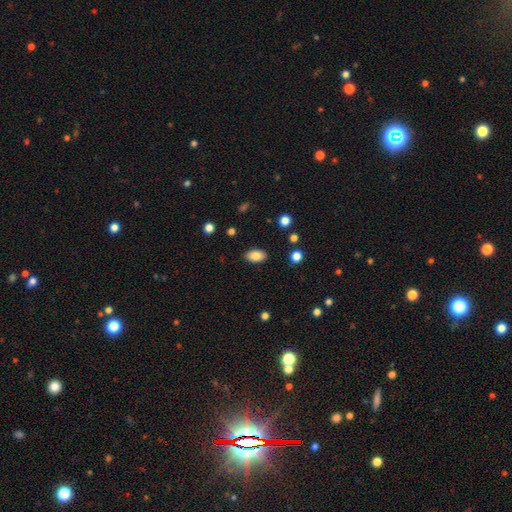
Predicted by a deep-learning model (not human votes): smooth_or_featured: smooth (p=0.83) [alt: featured or disk p=0.08]
how_rounded: in between (p=0.91) [alt: round p=0.07]
merging: none (p=0.87) [alt: minor disturbance p=0.09]